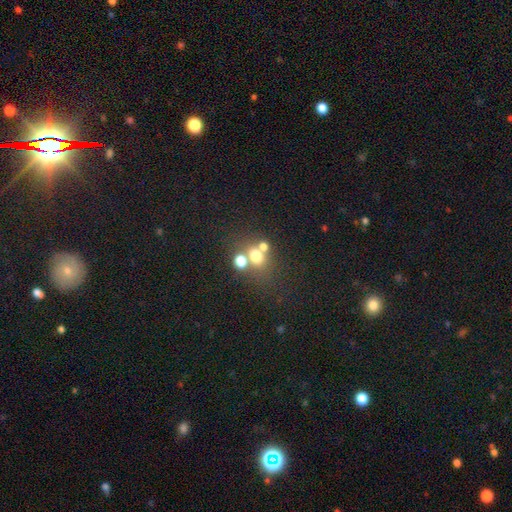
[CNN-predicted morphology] Overall: smooth (65%). How rounded: round (70%). Merging: none (47%; merger 40%).